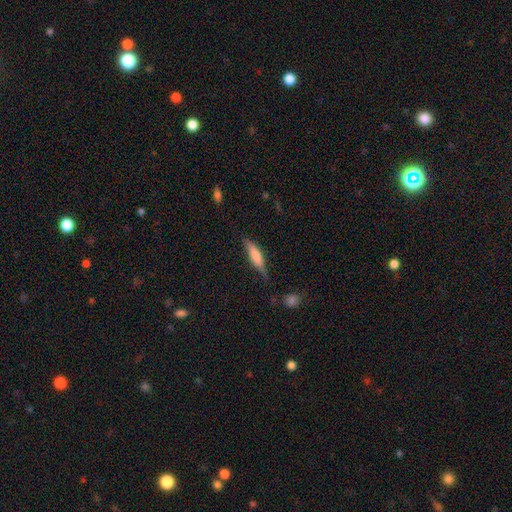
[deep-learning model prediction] The model was most divided on "smooth or featured": smooth: 54%, featured or disk: 39%, star or artifact: 7%. More confident: how rounded — cigar-shaped (74%); merging — none (72%).